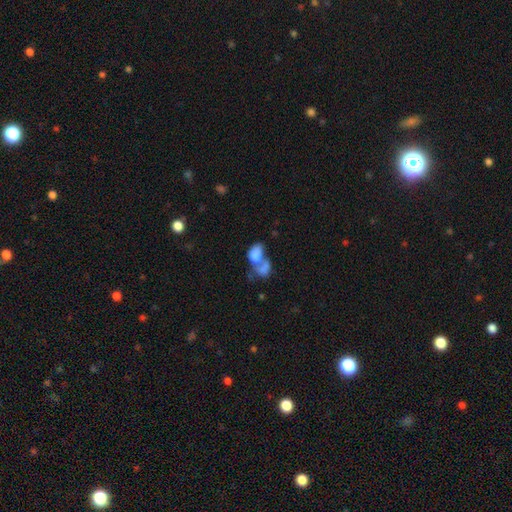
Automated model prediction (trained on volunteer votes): This is likely a smooth galaxy (75%). How rounded: clearly in between (83%). Merging: likely merger (68%).